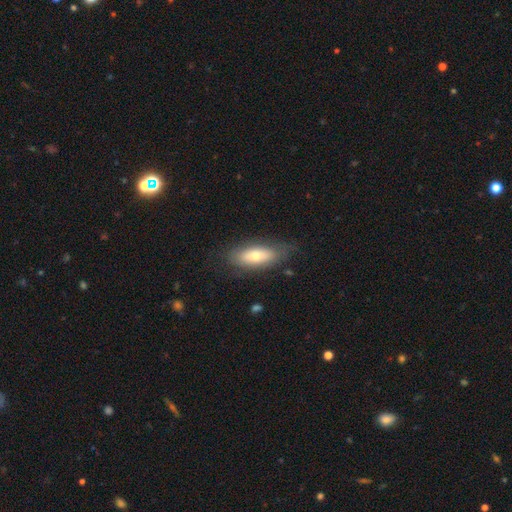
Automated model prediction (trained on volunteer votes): Smooth or featured? Predicted: smooth (p=0.64). How rounded? Predicted: in between (p=0.73). Merging? Predicted: none (p=0.75).